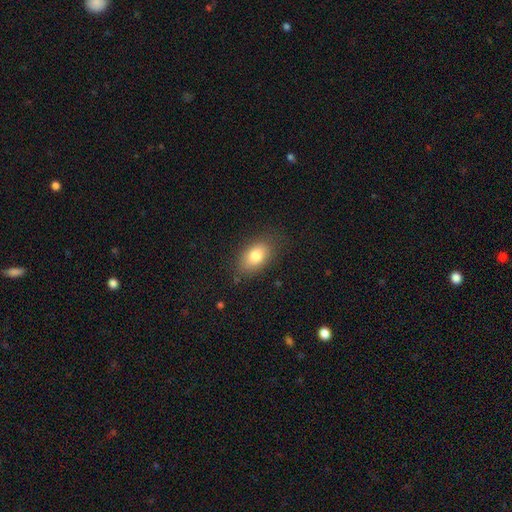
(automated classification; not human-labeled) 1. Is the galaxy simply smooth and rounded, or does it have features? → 81% smooth, 11% featured or disk, 8% star or artifact.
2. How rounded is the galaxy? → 89% in between, 9% round, 2% cigar-shaped.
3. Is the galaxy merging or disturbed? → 80% none, 14% minor disturbance, 4% major disturbance, 1% merger.